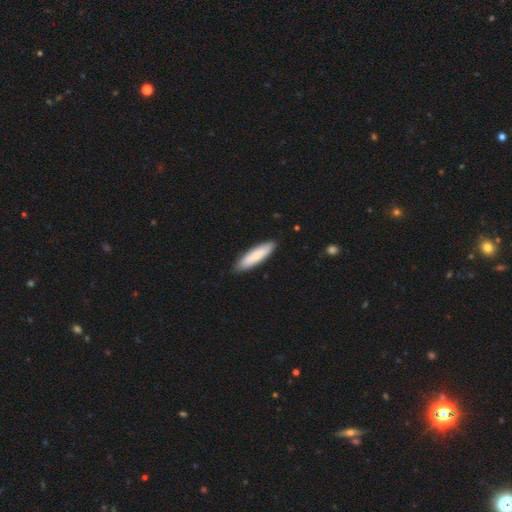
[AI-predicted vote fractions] This appears to be a smooth galaxy with no disk features (83%) that is cigar-shaped (72%). Merging: none (87%).